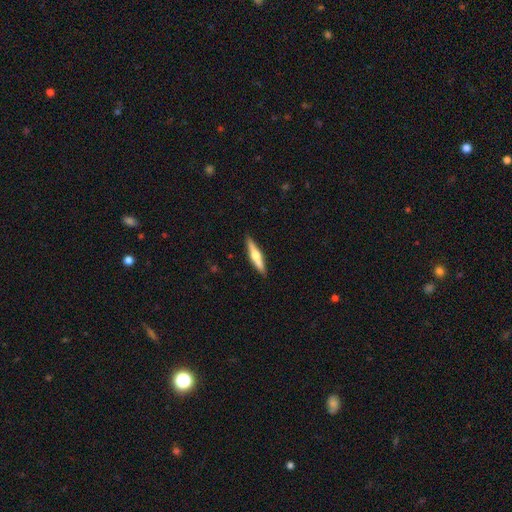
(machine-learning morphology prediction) Smooth or featured: featured or disk — 60% (smooth — 34%)
Edge-on disk: yes — 96% (no — 4%)
Edge-on bulge: rounded — 92% (boxy — 4%)
Merging: none — 88% (minor disturbance — 8%)